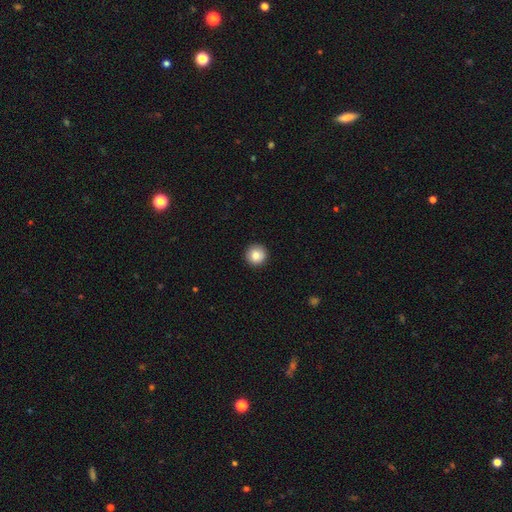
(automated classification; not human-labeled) smooth_or_featured: smooth (p=0.84) [alt: star or artifact p=0.09]
how_rounded: round (p=0.96) [alt: in between p=0.03]
merging: none (p=0.93) [alt: minor disturbance p=0.05]